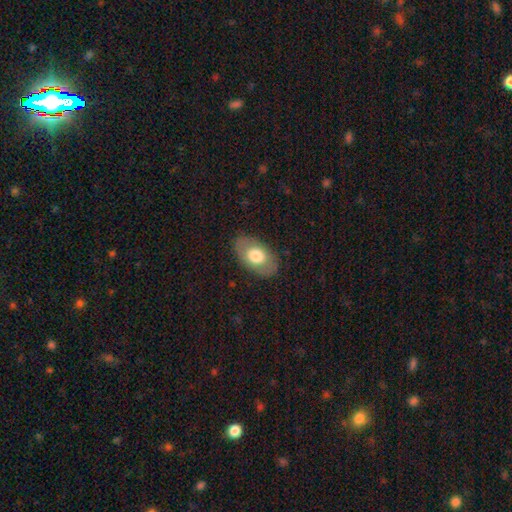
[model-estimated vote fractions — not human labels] Smooth or featured: smooth — 65% (featured or disk — 28%)
How rounded: in between — 91% (round — 7%)
Merging: none — 85% (minor disturbance — 11%)